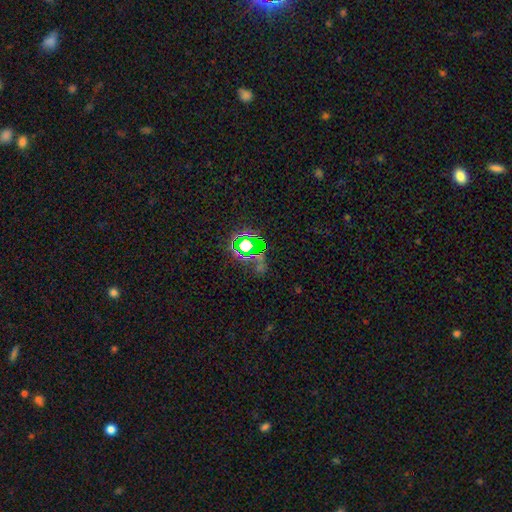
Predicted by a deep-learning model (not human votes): The model was most divided on "smooth or featured": star or artifact: 67%, smooth: 23%, featured or disk: 11%.